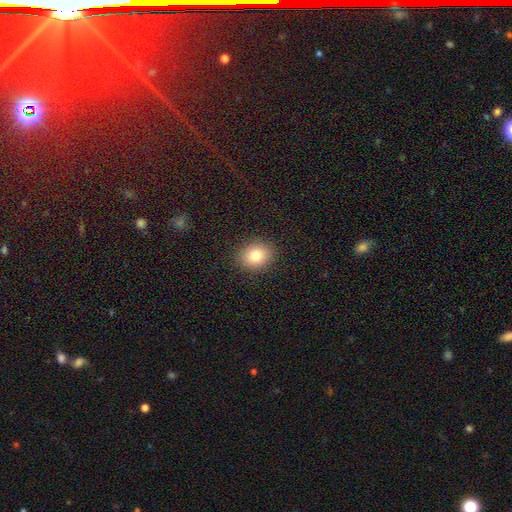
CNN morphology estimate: The model was most divided on "how rounded": round: 58%, in between: 41%, cigar-shaped: 1%. More confident: merging — none (90%); smooth or featured — smooth (80%).